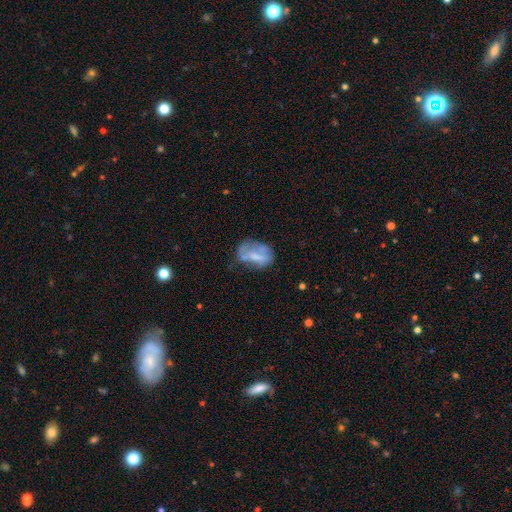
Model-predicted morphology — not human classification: A smooth galaxy with no disk features (47%).

Vote fractions:
- Smooth or featured? smooth: 47% / featured or disk: 43% / star or artifact: 10%
- Merging? none: 42% / minor disturbance: 27% / major disturbance: 22% / merger: 9%